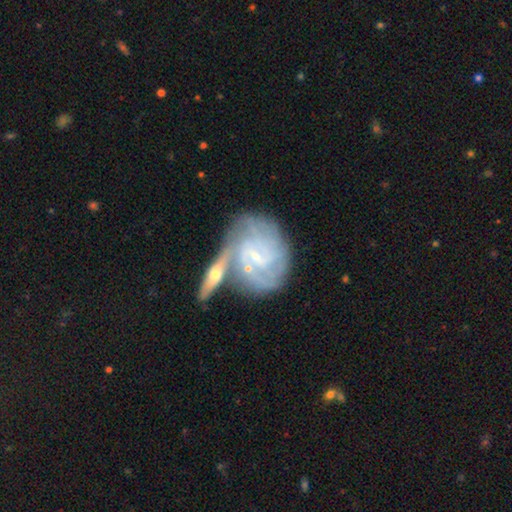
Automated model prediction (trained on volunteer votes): Morphology: type=featured or disk (83%); edge-on=no (95%); bar=no (47%); spiral arms=yes (93%); winding=tight (66%); arm count=can't tell (36%); bulge=small (78%); merging=merger (43%).